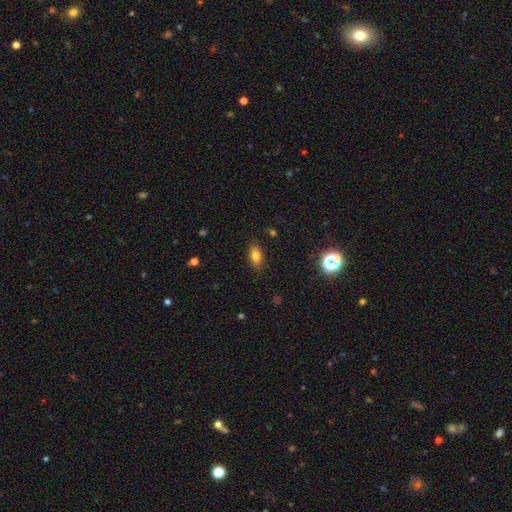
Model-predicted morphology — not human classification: smooth 79%, star or artifact 11%, featured or disk 9%. Down the decision tree: how rounded — in between (86%); merging — none (86%).